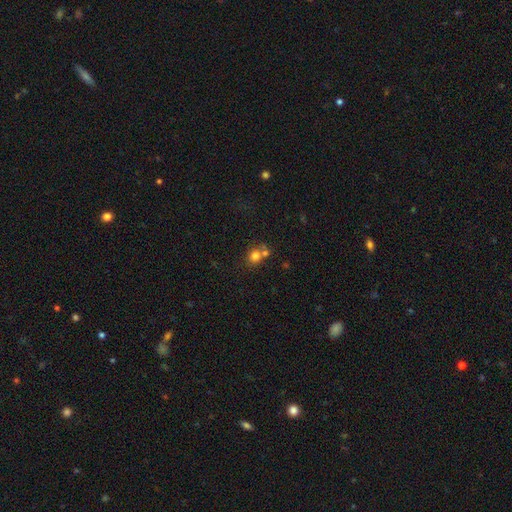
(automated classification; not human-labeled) This appears to be a smooth galaxy with no disk features (77%) that is round (82%). Merging: none (50%).